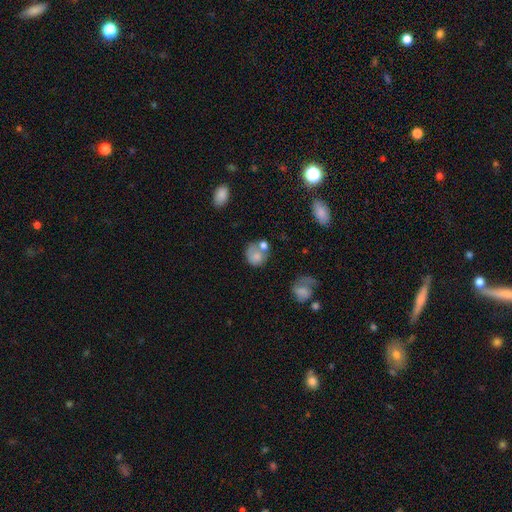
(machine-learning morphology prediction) Smooth or featured?
  - smooth: 69% *
  - featured or disk: 21%
  - star or artifact: 10%
How rounded?
  - round: 70% *
  - in between: 28%
  - cigar-shaped: 1%
Merging?
  - none: 38% *
  - merger: 27%
  - minor disturbance: 20%
  - major disturbance: 15%